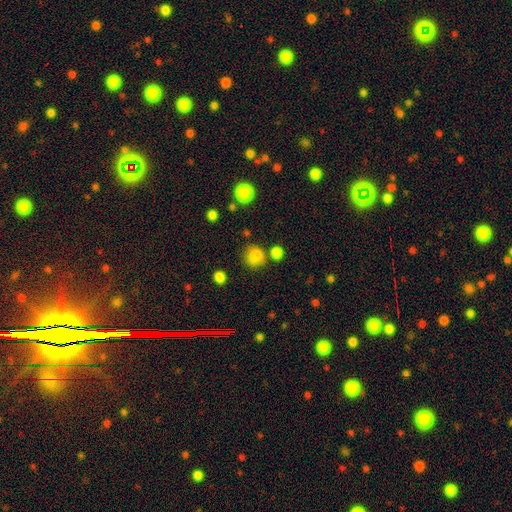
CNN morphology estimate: Smooth or featured? smooth (78%)
How rounded? round (80%)
Merging? none (67%)